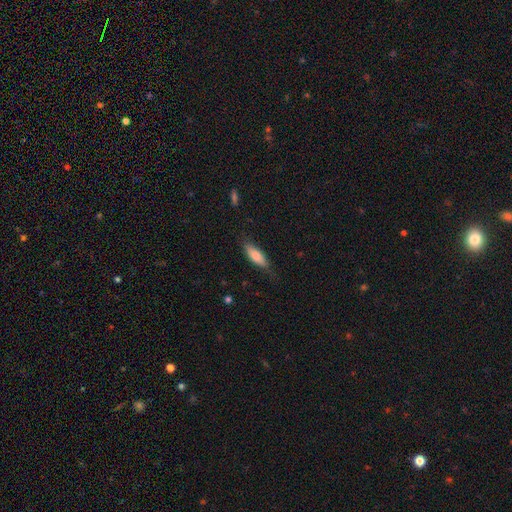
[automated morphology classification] The model was most divided on "how rounded": in between: 59%, cigar-shaped: 39%, round: 2%. More confident: smooth or featured — smooth (74%); merging — none (73%).